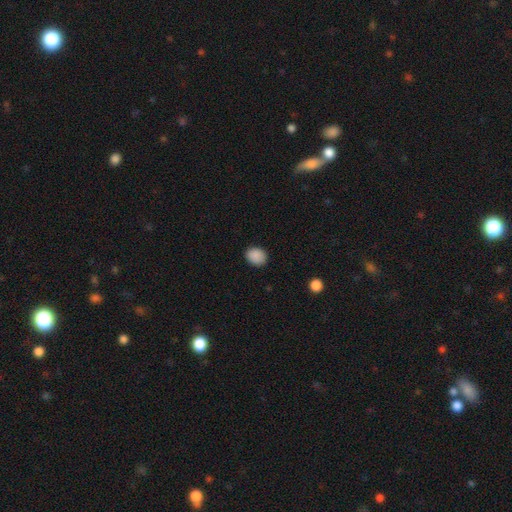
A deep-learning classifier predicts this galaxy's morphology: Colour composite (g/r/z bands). It shows a smooth galaxy with no disk features (89%) that is round (64%). Merging: none (89%).